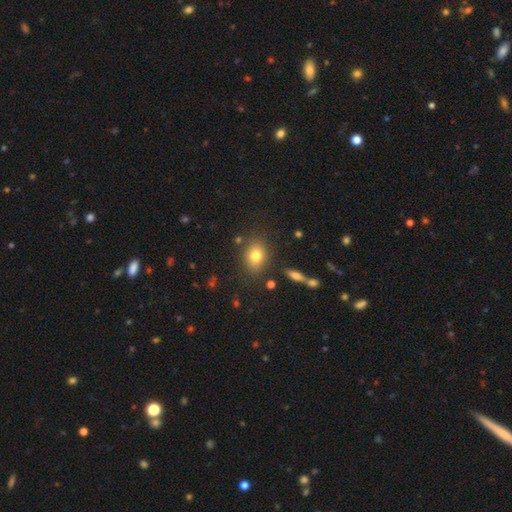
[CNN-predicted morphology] Q: Smooth or featured?
A: smooth (78%); runner-up: star or artifact (11%)
Q: How rounded?
A: in between (59%); runner-up: round (40%)
Q: Merging?
A: none (81%); runner-up: minor disturbance (12%)